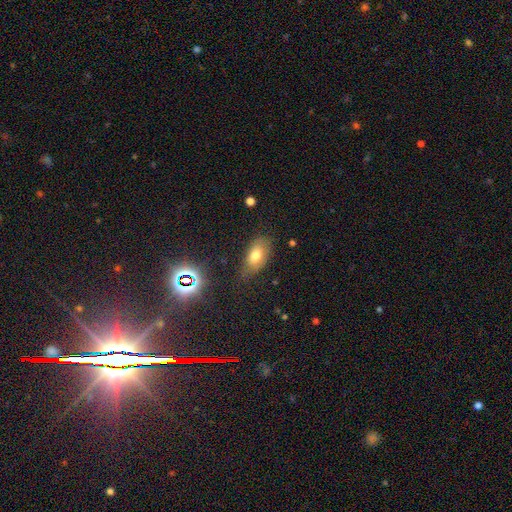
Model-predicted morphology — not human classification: This is likely a smooth galaxy (69%). How rounded: clearly in between (90%). Merging: likely none (65%).